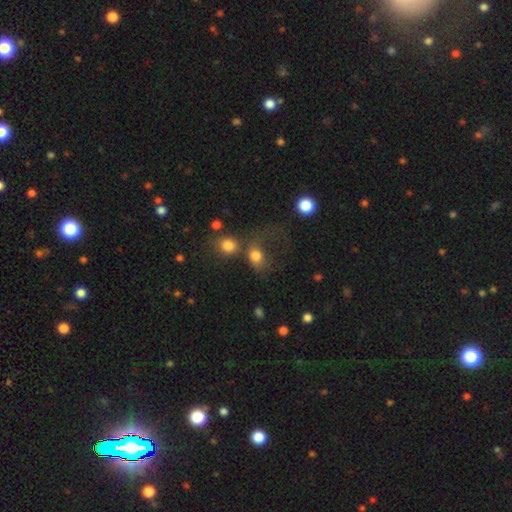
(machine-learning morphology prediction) Overall: smooth (77%). How rounded: round (51%; in between 47%). Merging: major disturbance (29%; merger 28%).